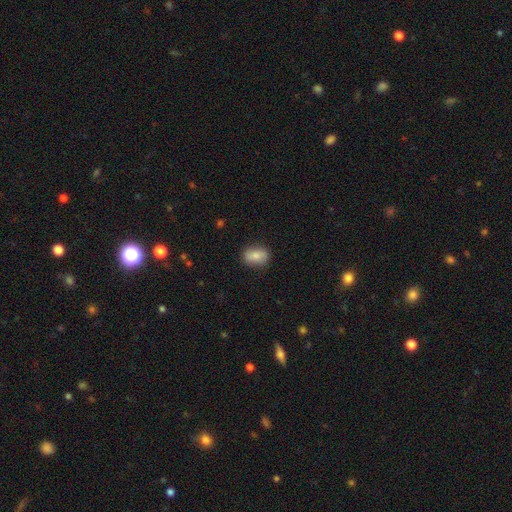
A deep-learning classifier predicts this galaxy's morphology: Q: Smooth or featured?
A: smooth (72%); runner-up: featured or disk (21%)
Q: How rounded?
A: in between (75%); runner-up: round (23%)
Q: Merging?
A: none (83%); runner-up: minor disturbance (13%)